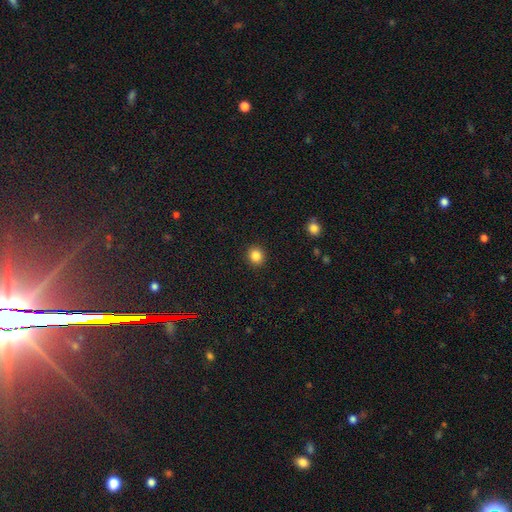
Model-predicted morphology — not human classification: smooth_or_featured: smooth (p=0.85) [alt: star or artifact p=0.11]
how_rounded: round (p=0.86) [alt: in between p=0.13]
merging: none (p=0.91) [alt: minor disturbance p=0.06]